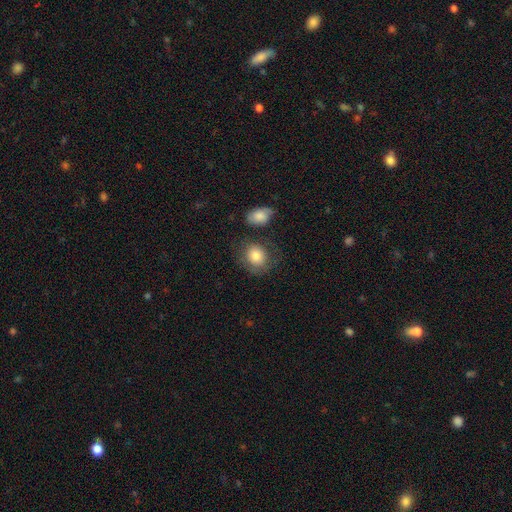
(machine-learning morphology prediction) This appears to be a smooth galaxy with no disk features (82%) that is round (61%). Merging: none (61%).